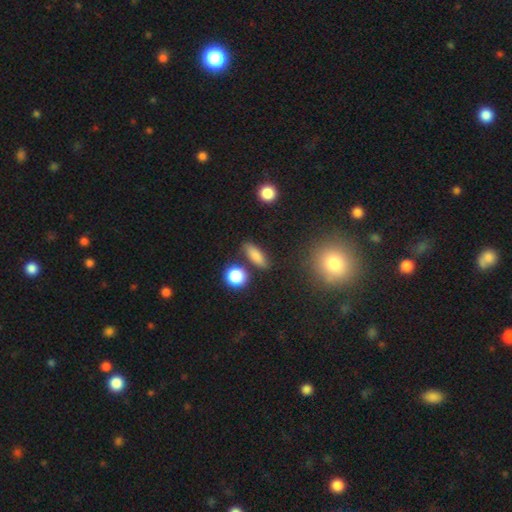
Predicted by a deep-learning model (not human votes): Smooth or featured? Predicted: smooth (p=0.81). How rounded? Predicted: in between (p=0.53). Merging? Predicted: none (p=0.81).